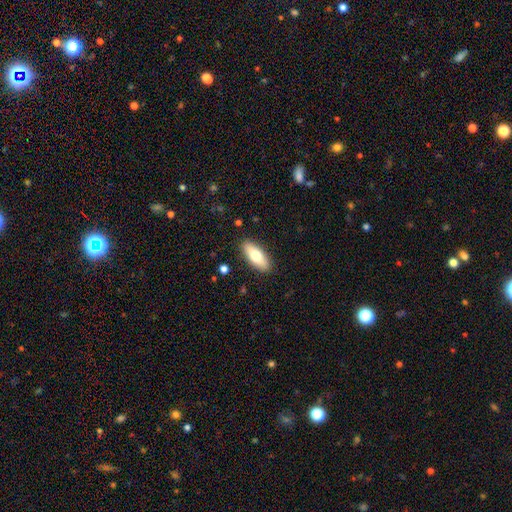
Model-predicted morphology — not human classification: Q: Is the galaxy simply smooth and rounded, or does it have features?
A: smooth — 71%.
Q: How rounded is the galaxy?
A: in between — 77%.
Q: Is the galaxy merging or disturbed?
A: none — 88%.